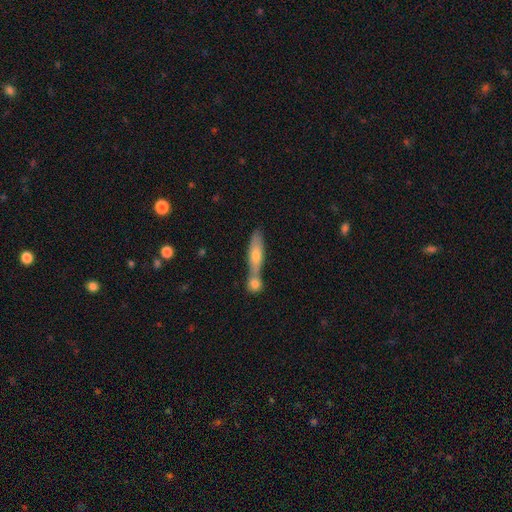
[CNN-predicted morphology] A smooth galaxy with no disk features (48%). Merging: none (49%).